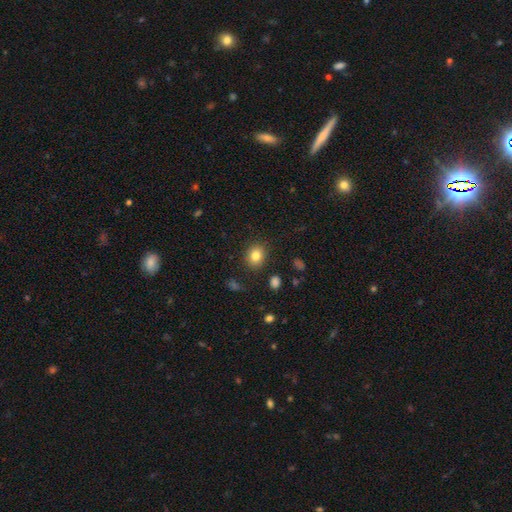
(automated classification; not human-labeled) This is clearly a smooth galaxy (82%). How rounded: likely round (69%). Merging: clearly none (88%).